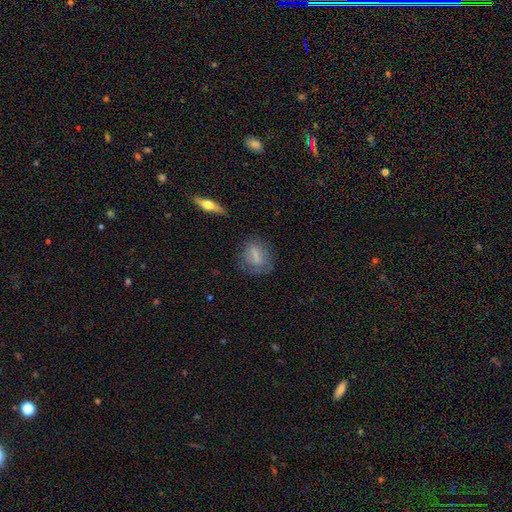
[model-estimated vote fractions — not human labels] Smooth or featured?
  - smooth: 69% *
  - featured or disk: 23%
  - star or artifact: 9%
How rounded?
  - in between: 53% *
  - round: 38%
  - cigar-shaped: 10%
Merging?
  - none: 67% *
  - minor disturbance: 21%
  - major disturbance: 10%
  - merger: 2%